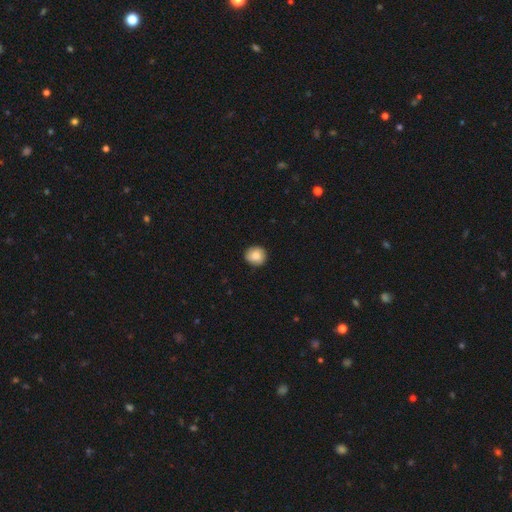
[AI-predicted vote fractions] A smooth galaxy with no disk features (84%) that is round (86%).

Vote fractions:
- Smooth or featured? smooth: 84% / featured or disk: 8% / star or artifact: 8%
- How rounded? round: 86% / in between: 13% / cigar-shaped: 1%
- Merging? none: 86% / minor disturbance: 11% / major disturbance: 2% / merger: 1%